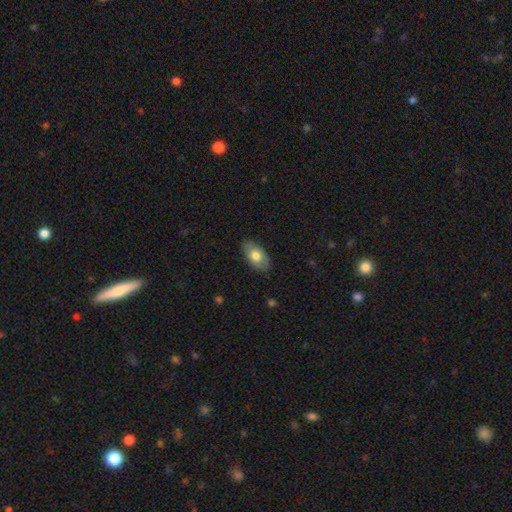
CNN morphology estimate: type=smooth (74%); roundness=in between (93%); merging=none (83%).